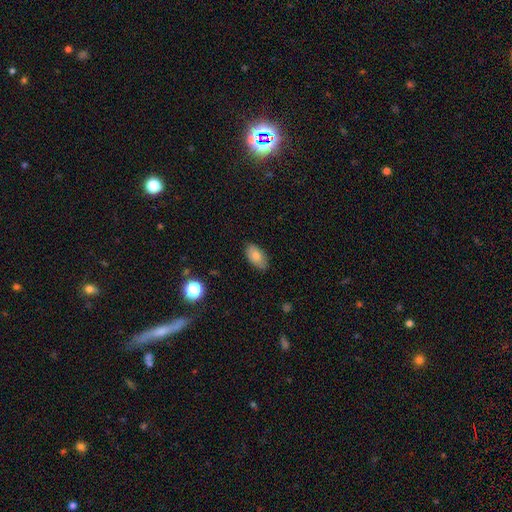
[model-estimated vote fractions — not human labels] smooth_or_featured: smooth (p=0.79) [alt: featured or disk p=0.12]
how_rounded: in between (p=0.93) [alt: round p=0.04]
merging: none (p=0.83) [alt: minor disturbance p=0.13]